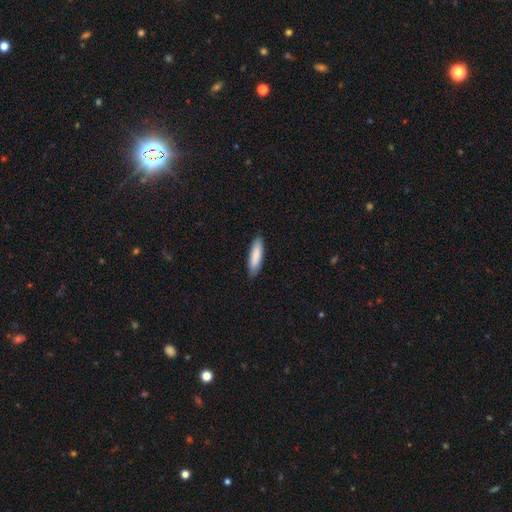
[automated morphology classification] This is clearly a smooth galaxy (85%). How rounded: likely cigar-shaped (64%). Merging: clearly none (88%).